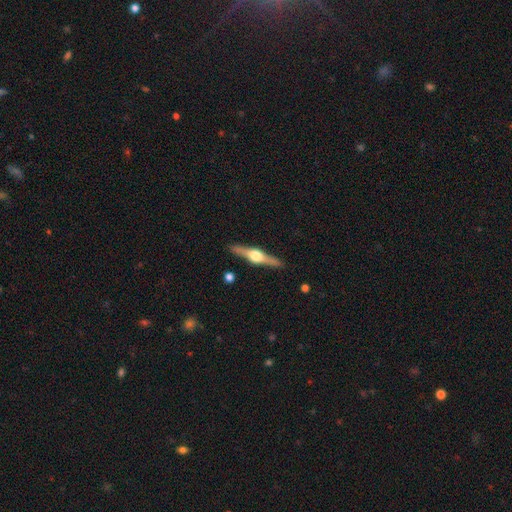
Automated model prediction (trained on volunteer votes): Smooth or featured?
  - featured or disk: 80% *
  - smooth: 15%
  - star or artifact: 5%
Edge-on disk?
  - yes: 98% *
  - no: 2%
Edge-on bulge?
  - rounded: 95% *
  - boxy: 4%
  - none: 1%
Merging?
  - none: 91% *
  - minor disturbance: 7%
  - major disturbance: 1%
  - merger: 1%